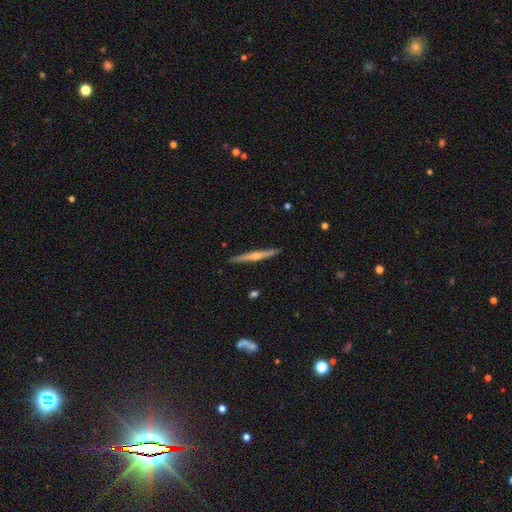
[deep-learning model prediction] smooth_or_featured: featured or disk (p=0.71) [alt: smooth p=0.23]
disk_edge_on: yes (p=0.98) [alt: no p=0.02]
edge_on_bulge: rounded (p=0.82) [alt: none p=0.15]
merging: none (p=0.91) [alt: minor disturbance p=0.07]